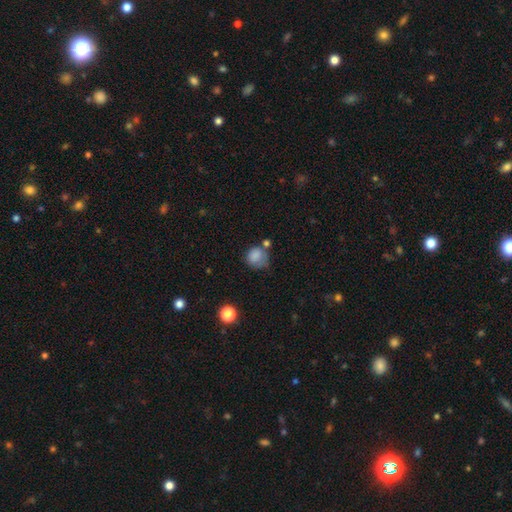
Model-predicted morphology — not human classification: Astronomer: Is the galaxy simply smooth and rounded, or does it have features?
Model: smooth — 80%.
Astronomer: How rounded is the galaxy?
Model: round — 76%.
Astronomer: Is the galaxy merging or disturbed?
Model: none — 45% (runner-up: minor disturbance, 28%).